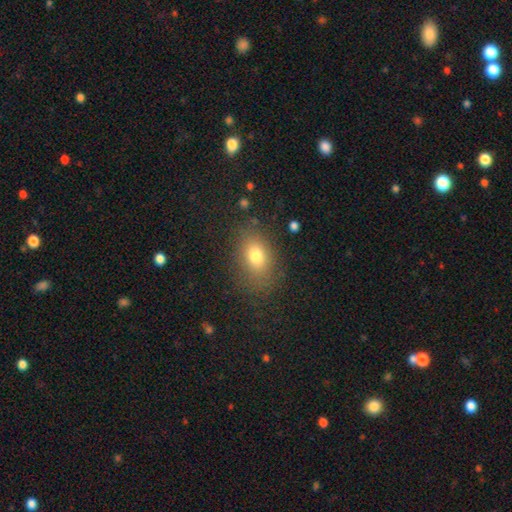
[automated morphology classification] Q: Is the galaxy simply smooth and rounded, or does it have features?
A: smooth — 76%.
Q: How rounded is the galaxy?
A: in between — 81%.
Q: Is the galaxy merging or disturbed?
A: none — 79%.